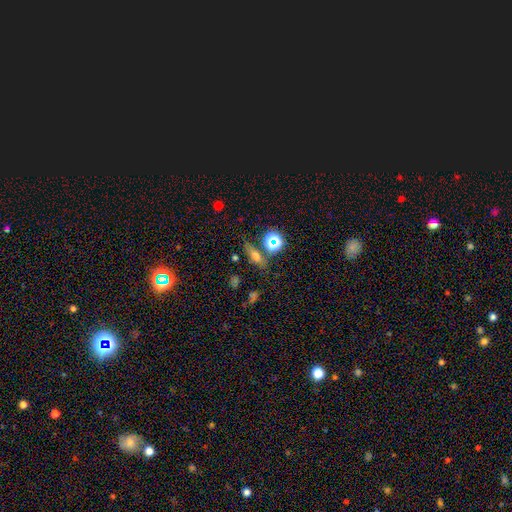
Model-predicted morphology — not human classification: Q: Smooth or featured?
A: smooth (56%); runner-up: star or artifact (27%)
Q: How rounded?
A: in between (52%); runner-up: cigar-shaped (26%)
Q: Merging?
A: none (70%); runner-up: minor disturbance (14%)